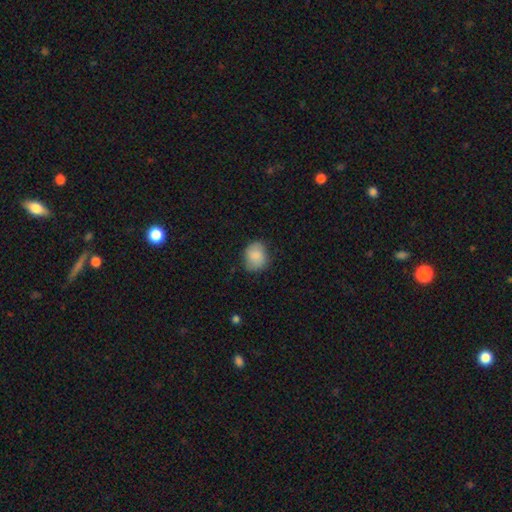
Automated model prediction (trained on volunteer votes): A smooth galaxy with no disk features (84%) that is round (56%). Merging: none (72%).